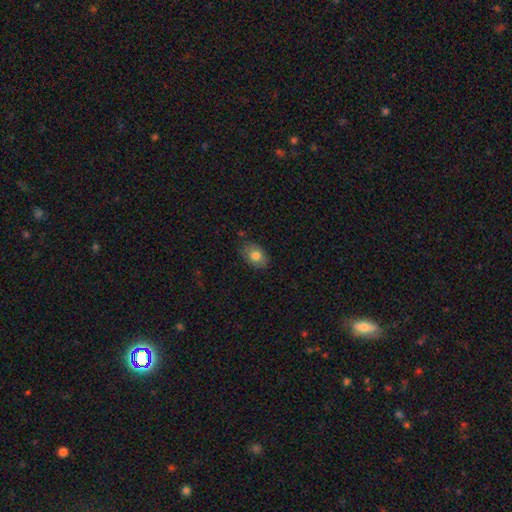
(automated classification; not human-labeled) Smooth or featured? Predicted: smooth (p=0.80). How rounded? Predicted: in between (p=0.79). Merging? Predicted: none (p=0.81).